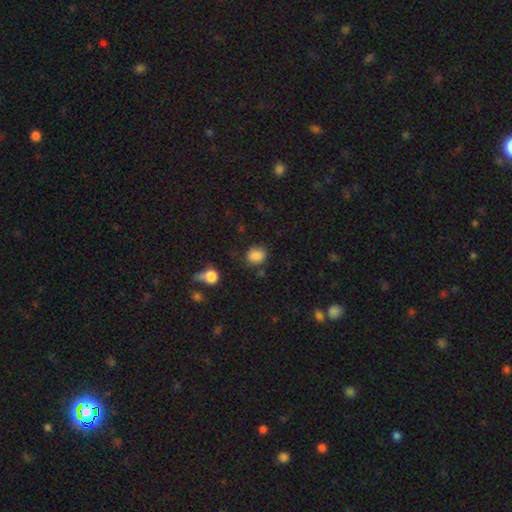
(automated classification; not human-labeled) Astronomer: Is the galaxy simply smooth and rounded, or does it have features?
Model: smooth — 85%.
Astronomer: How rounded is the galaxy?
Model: round — 60% (runner-up: in between, 39%).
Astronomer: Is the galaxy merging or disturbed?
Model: none — 73%.